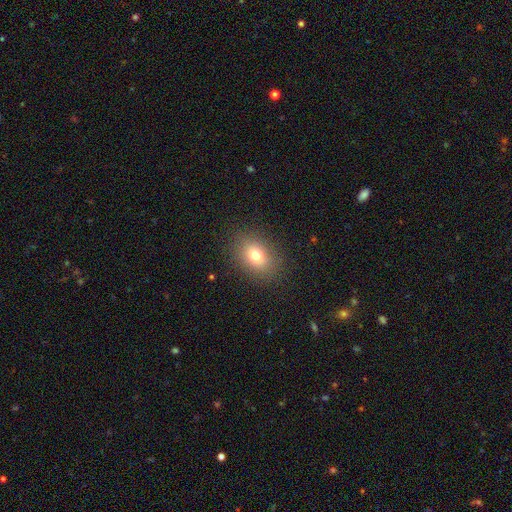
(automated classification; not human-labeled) Smooth or featured? Predicted: smooth (p=0.74). How rounded? Predicted: in between (p=0.67). Merging? Predicted: none (p=0.87).